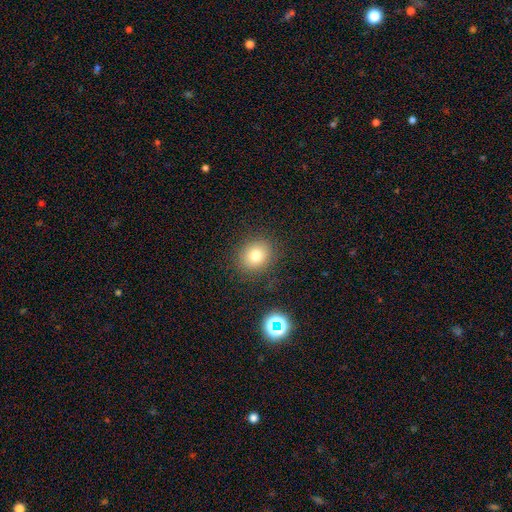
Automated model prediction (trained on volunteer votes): Smooth or featured: smooth — 77% (star or artifact — 13%)
How rounded: round — 73% (in between — 27%)
Merging: none — 86% (minor disturbance — 9%)